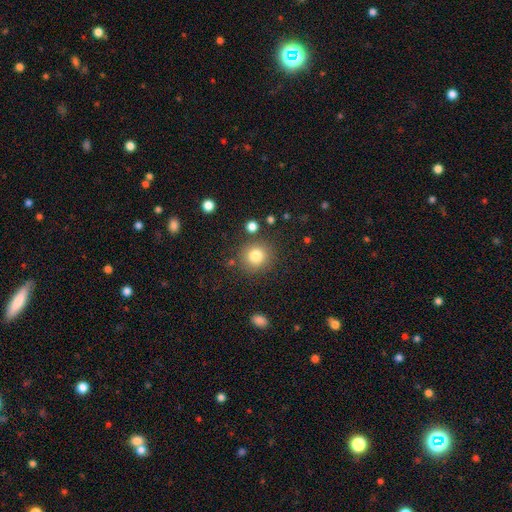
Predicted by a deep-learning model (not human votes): This is clearly a smooth galaxy (82%). How rounded: clearly round (89%). Merging: clearly none (83%).